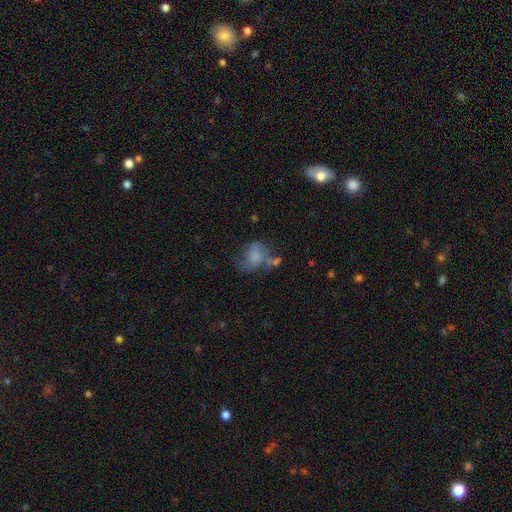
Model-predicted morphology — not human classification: type=smooth (57%); roundness=in between (69%); merging=major disturbance (34%).